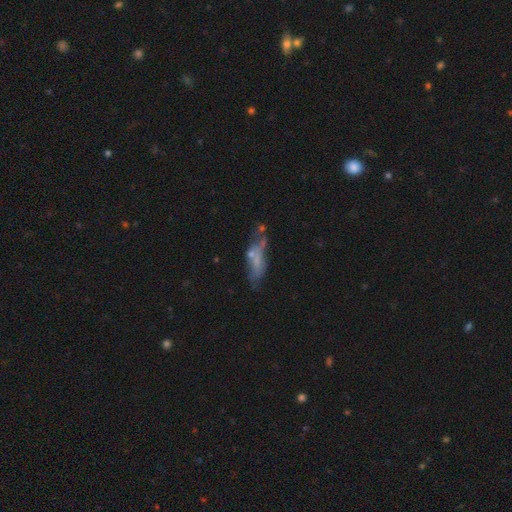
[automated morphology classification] Q: Smooth or featured?
A: featured or disk (43%); runner-up: smooth (42%)
Q: Merging?
A: none (45%); runner-up: minor disturbance (22%)